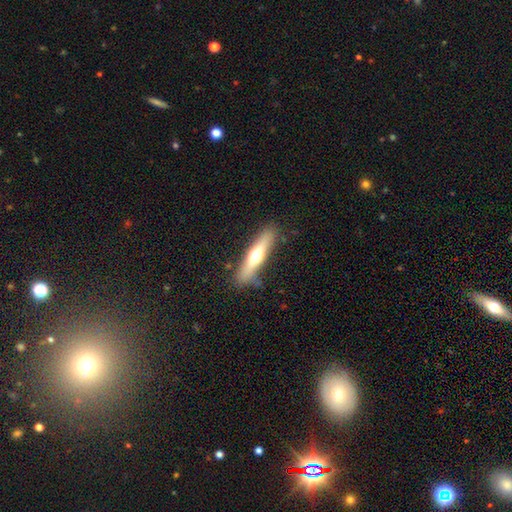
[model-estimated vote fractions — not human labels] A featured or disk galaxy (50%).

Vote fractions:
- Smooth or featured? featured or disk: 50% / smooth: 45% / star or artifact: 6%
- Merging? none: 85% / minor disturbance: 11% / major disturbance: 3% / merger: 2%